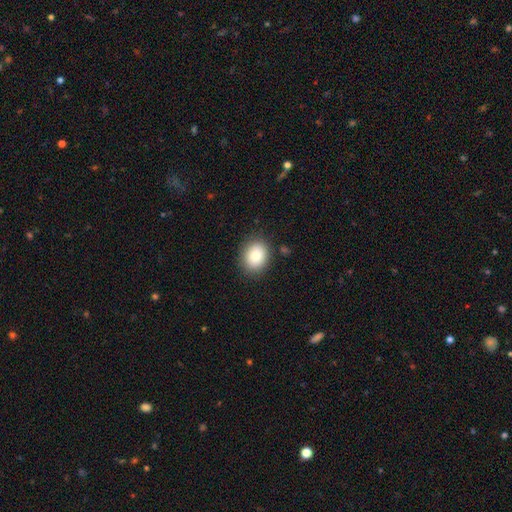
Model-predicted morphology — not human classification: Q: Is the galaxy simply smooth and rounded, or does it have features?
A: smooth — 84%.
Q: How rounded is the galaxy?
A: round — 52%.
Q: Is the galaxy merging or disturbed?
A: none — 86%.